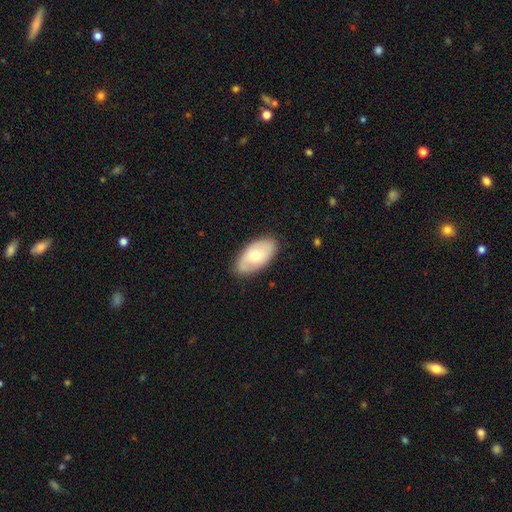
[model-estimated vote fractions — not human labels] Q: Smooth or featured?
A: smooth (57%); runner-up: featured or disk (38%)
Q: How rounded?
A: in between (94%); runner-up: round (4%)
Q: Merging?
A: none (83%); runner-up: minor disturbance (13%)